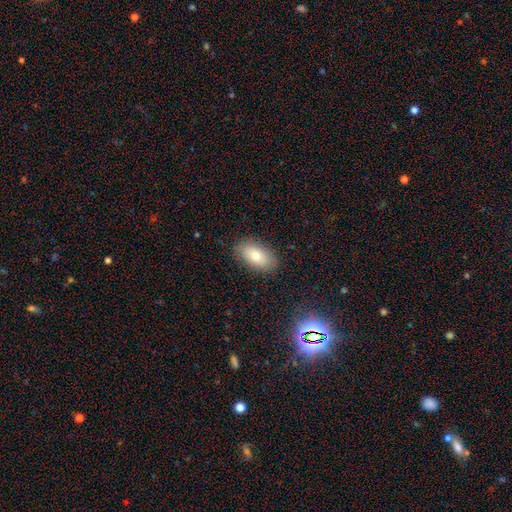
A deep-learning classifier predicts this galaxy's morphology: Smooth or featured? Predicted: smooth (p=0.76). How rounded? Predicted: in between (p=0.93). Merging? Predicted: none (p=0.86).